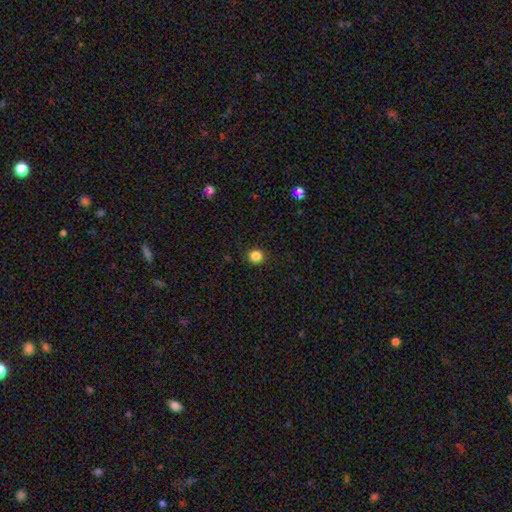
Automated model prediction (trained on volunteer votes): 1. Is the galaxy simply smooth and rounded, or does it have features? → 85% smooth, 12% star or artifact, 4% featured or disk.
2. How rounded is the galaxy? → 90% round, 9% in between, 1% cigar-shaped.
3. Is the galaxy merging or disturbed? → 91% none, 6% minor disturbance, 2% major disturbance, 1% merger.